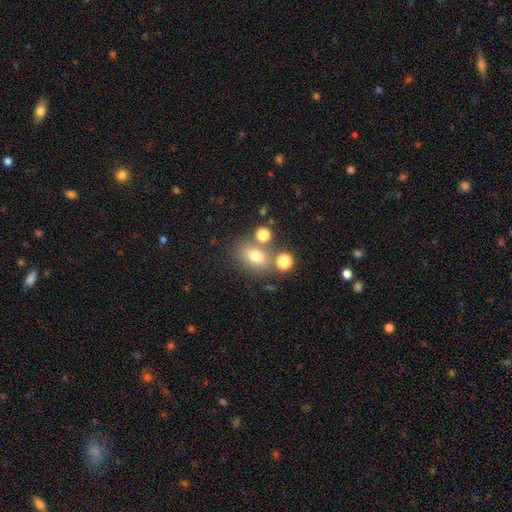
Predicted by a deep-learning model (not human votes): The model was most divided on "how rounded": in between: 62%, round: 37%, cigar-shaped: 1%. More confident: smooth or featured — smooth (72%); merging — none (65%).